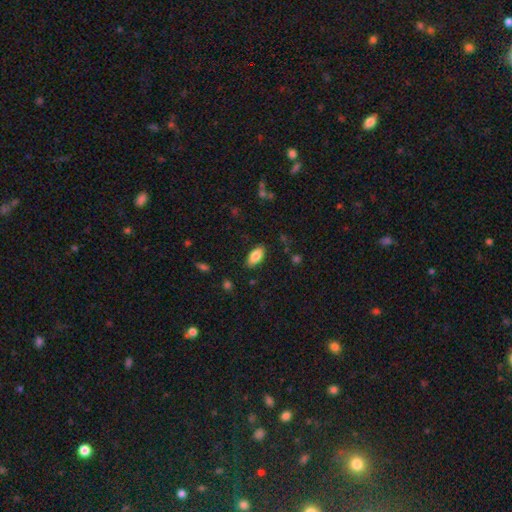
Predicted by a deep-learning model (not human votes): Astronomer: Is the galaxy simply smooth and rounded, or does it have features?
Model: smooth — 82%.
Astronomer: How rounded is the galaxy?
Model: in between — 90%.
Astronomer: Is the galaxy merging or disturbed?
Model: none — 86%.